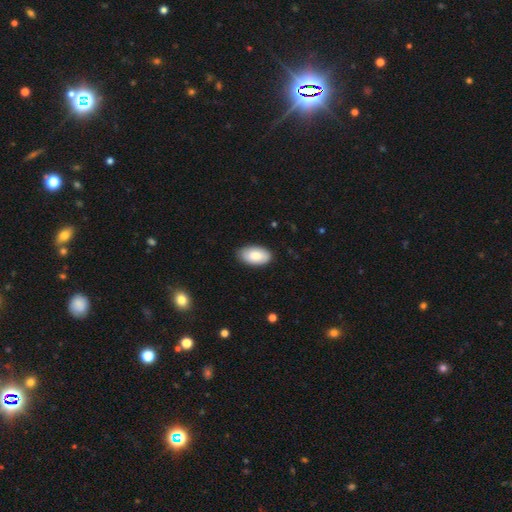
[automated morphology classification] This appears to be a smooth galaxy with no disk features (84%) that is in between round and cigar-shaped (95%). Merging: none (85%).